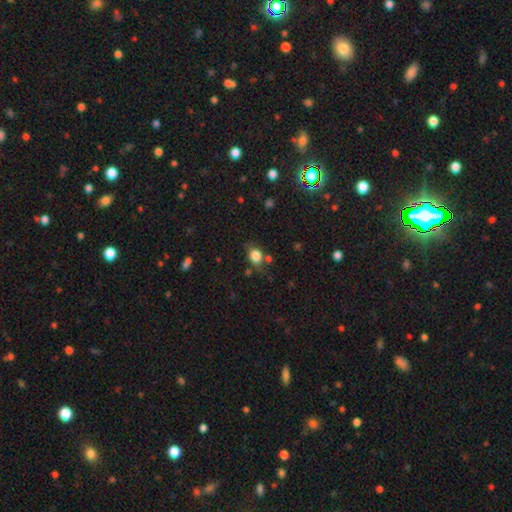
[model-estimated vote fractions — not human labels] Smooth or featured: smooth — 81% (star or artifact — 11%)
How rounded: round — 50% (in between — 48%)
Merging: none — 65% (minor disturbance — 21%)